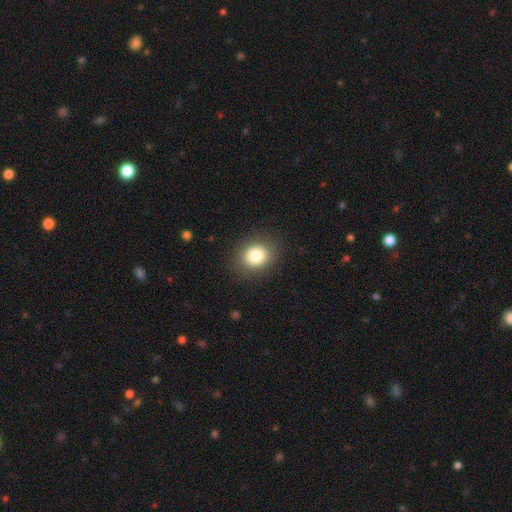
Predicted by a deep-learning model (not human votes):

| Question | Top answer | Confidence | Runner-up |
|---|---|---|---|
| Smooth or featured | smooth | 82% | star or artifact (10%) |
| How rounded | round | 68% | in between (32%) |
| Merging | none | 88% | minor disturbance (8%) |